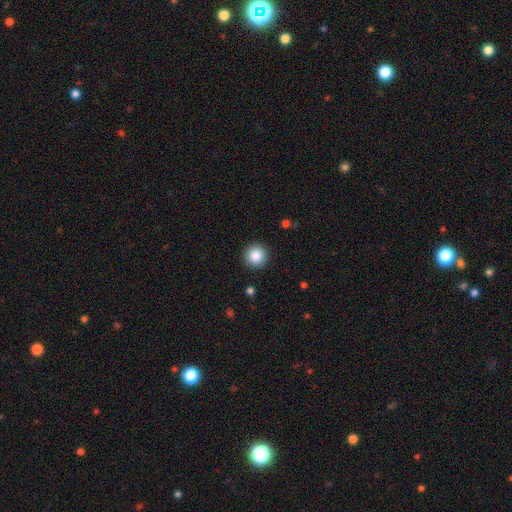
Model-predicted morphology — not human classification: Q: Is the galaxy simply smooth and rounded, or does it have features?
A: smooth — 87%.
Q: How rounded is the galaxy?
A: round — 96%.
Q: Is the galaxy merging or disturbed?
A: none — 92%.